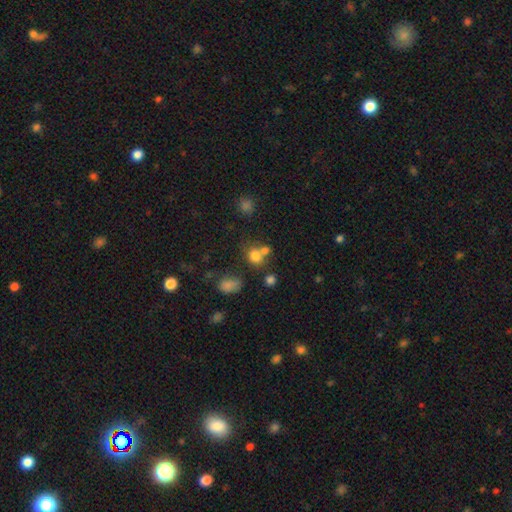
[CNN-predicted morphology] Smooth or featured? Predicted: smooth (p=0.74). How rounded? Predicted: round (p=0.71). Merging? Predicted: none (p=0.47).